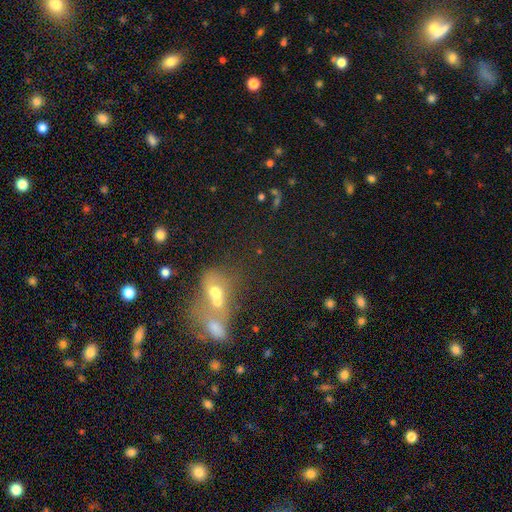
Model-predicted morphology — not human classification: smooth_or_featured: smooth (p=0.49) [alt: star or artifact p=0.30]
merging: merger (p=0.52) [alt: none p=0.31]